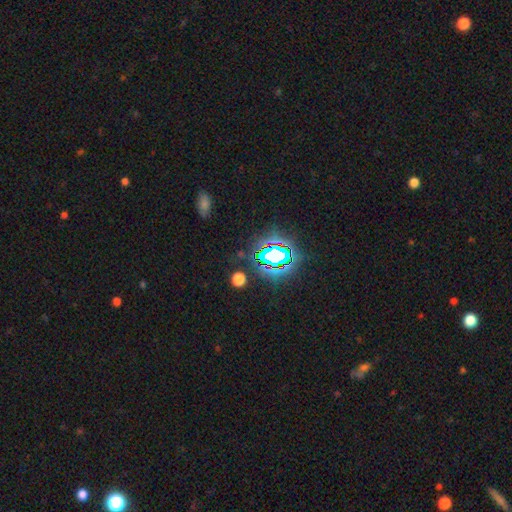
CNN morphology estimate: Smooth or featured? star or artifact (80%)